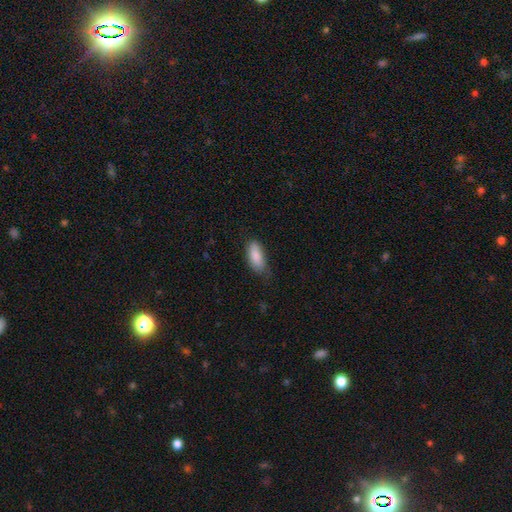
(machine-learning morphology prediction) A smooth galaxy with no disk features (86%) that is in between round and cigar-shaped (83%).

Vote fractions:
- Smooth or featured? smooth: 86% / featured or disk: 8% / star or artifact: 6%
- How rounded? in between: 83% / cigar-shaped: 15% / round: 2%
- Merging? none: 60% / minor disturbance: 32% / major disturbance: 7% / merger: 1%